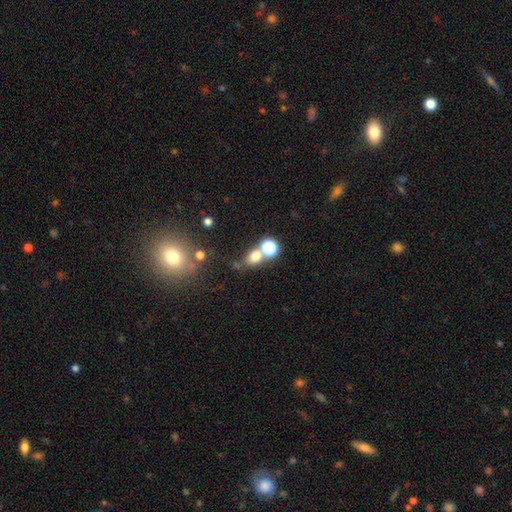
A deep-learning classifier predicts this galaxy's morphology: Smooth or featured: smooth — 70% (star or artifact — 20%)
How rounded: round — 54% (in between — 44%)
Merging: none — 47% (merger — 34%)